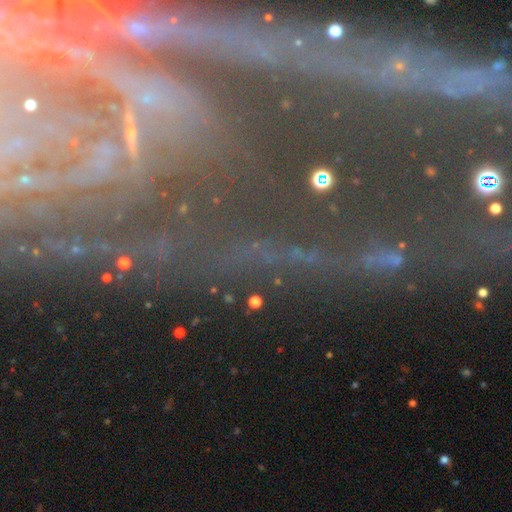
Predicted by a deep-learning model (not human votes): A star or artifact, not a galaxy (43%).